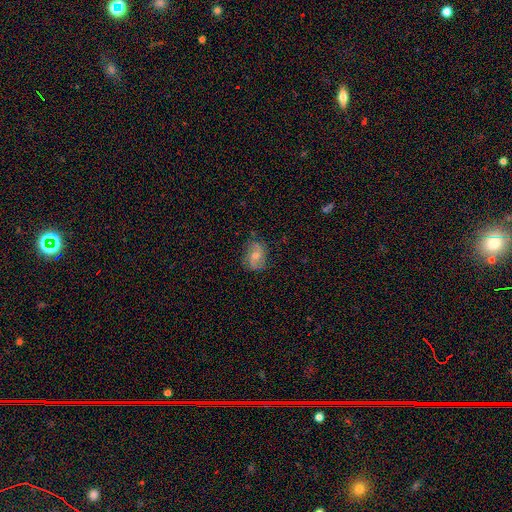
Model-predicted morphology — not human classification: smooth 54%, featured or disk 37%, star or artifact 8%. Down the decision tree: how rounded — in between (67%); merging — none (68%).